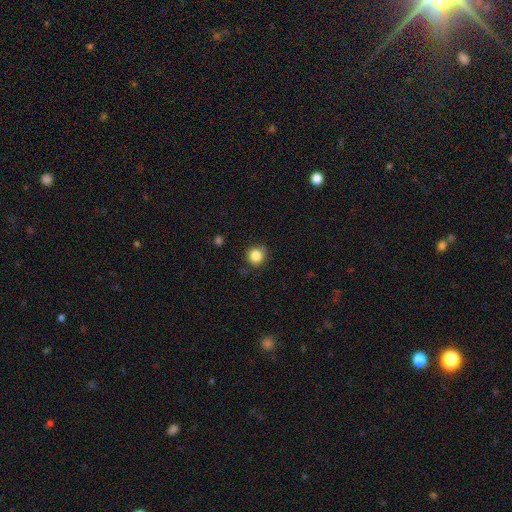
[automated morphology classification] Smooth or featured?
  - smooth: 85% *
  - star or artifact: 10%
  - featured or disk: 5%
How rounded?
  - round: 88% *
  - in between: 11%
  - cigar-shaped: 1%
Merging?
  - none: 82% *
  - minor disturbance: 13%
  - major disturbance: 3%
  - merger: 2%